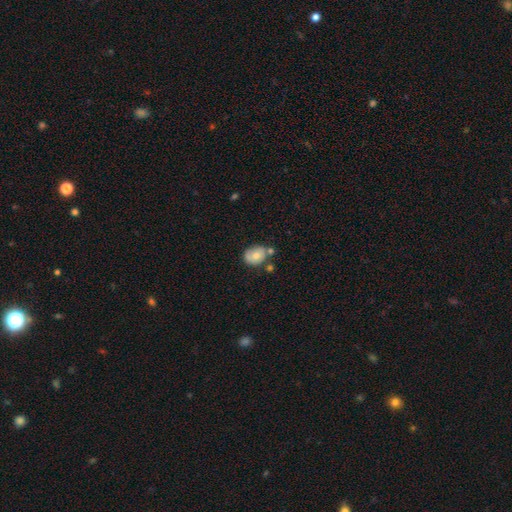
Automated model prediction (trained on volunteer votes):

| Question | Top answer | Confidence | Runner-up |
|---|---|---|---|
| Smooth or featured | smooth | 67% | featured or disk (25%) |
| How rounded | in between | 57% | round (42%) |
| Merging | none | 57% | minor disturbance (21%) |